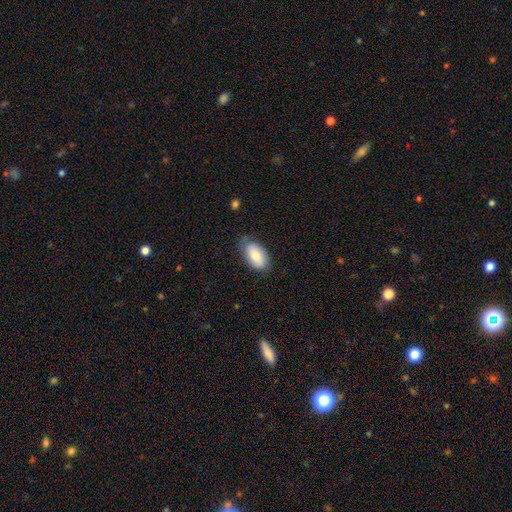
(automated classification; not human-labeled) smooth 79%, featured or disk 15%, star or artifact 6%. Down the decision tree: how rounded — in between (94%); merging — none (68%).